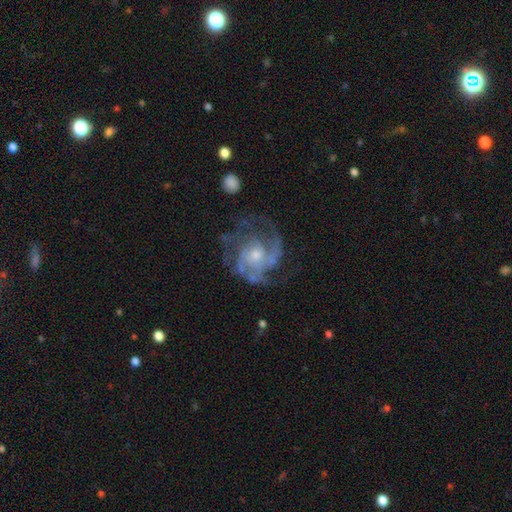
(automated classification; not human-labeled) This is clearly a featured or disk galaxy (86%). It is clearly not viewed edge-on (98%). Bar: likely no (73%). Spiral arm pattern: clearly yes (94%). Spiral arm count: marginally 3 (32%). Spiral winding: possibly tight (45%). Central bulge: possibly small (50%). Merging: likely none (61%).